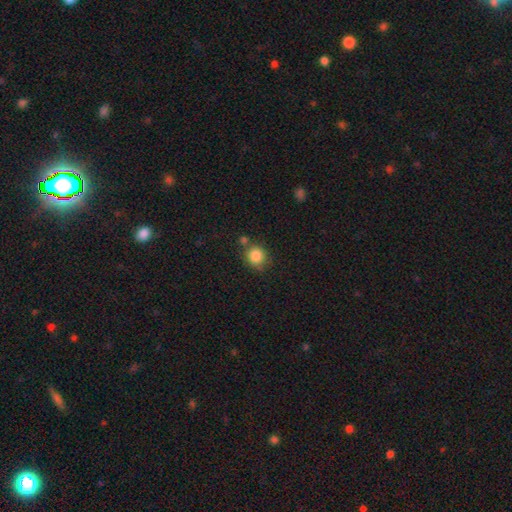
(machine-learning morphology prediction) Smooth or featured?
  - smooth: 85% *
  - star or artifact: 10%
  - featured or disk: 5%
How rounded?
  - round: 82% *
  - in between: 17%
  - cigar-shaped: 1%
Merging?
  - none: 65% *
  - minor disturbance: 16%
  - merger: 15%
  - major disturbance: 5%